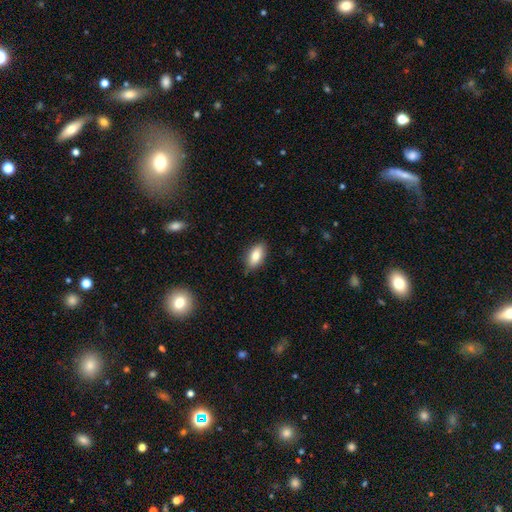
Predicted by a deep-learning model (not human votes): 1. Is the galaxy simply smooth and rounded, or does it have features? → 82% smooth, 11% featured or disk, 7% star or artifact.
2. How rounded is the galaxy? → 90% in between, 6% cigar-shaped, 4% round.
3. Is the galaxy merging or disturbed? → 85% none, 12% minor disturbance, 2% major disturbance, 1% merger.